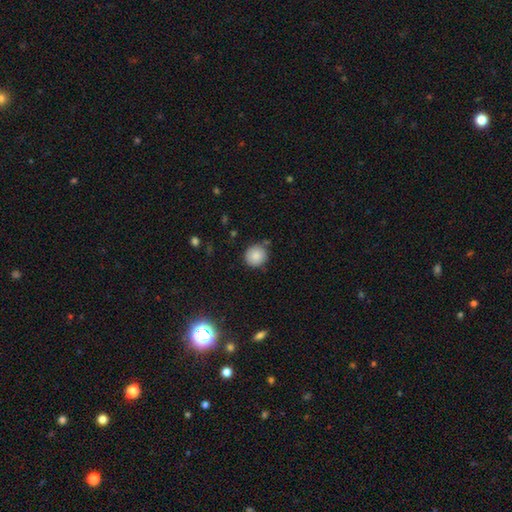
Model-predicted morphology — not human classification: This is clearly a smooth galaxy (86%). How rounded: clearly round (90%). Merging: likely none (78%).